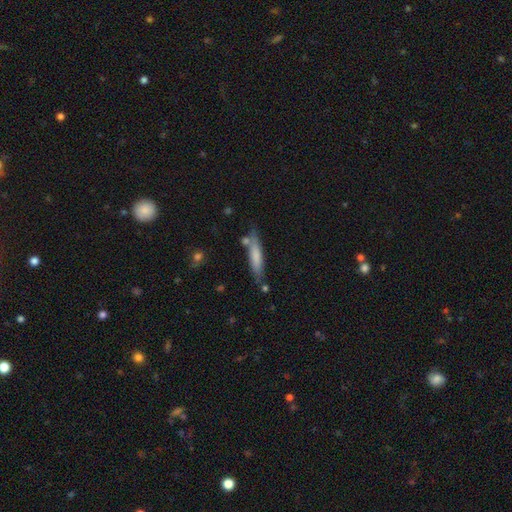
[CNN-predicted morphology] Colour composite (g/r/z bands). It shows a smooth galaxy with no disk features (72%) that is cigar-shaped (83%). Merging: none (69%).